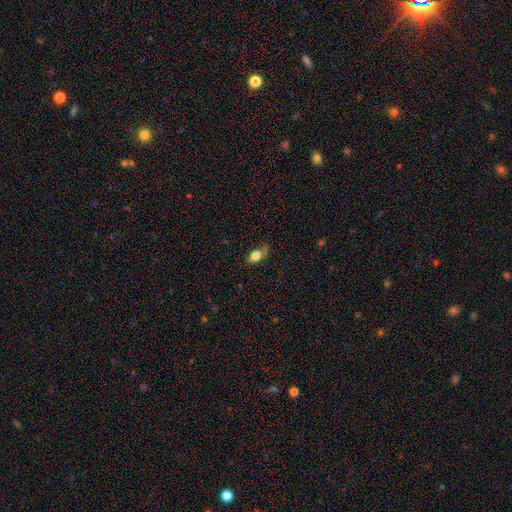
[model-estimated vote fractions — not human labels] Morphology: type=smooth (78%); roundness=in between (80%); merging=none (59%).